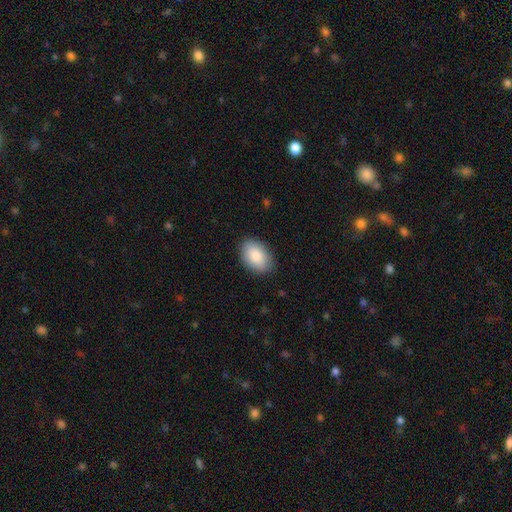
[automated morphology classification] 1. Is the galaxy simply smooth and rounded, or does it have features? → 88% smooth, 6% featured or disk, 6% star or artifact.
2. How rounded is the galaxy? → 90% in between, 9% round, 1% cigar-shaped.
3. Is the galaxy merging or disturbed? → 87% none, 10% minor disturbance, 2% major disturbance, 1% merger.